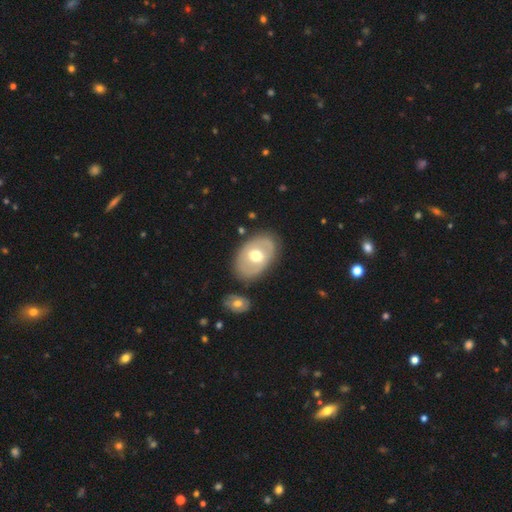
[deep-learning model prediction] smooth-or-featured: featured or disk: 50% | smooth: 44% | star or artifact: 6%
  disk-edge-on: no: 92% | yes: 8%
  merging: none: 78% | minor disturbance: 13% | merger: 5% | major disturbance: 4%